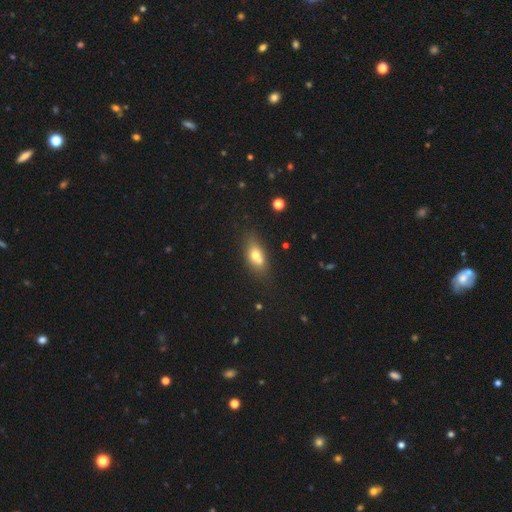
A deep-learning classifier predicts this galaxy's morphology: smooth-or-featured: smooth: 65% | featured or disk: 24% | star or artifact: 10%
  how-rounded: in between: 75% | round: 15% | cigar-shaped: 10%
  merging: none: 47% | merger: 33% | minor disturbance: 14% | major disturbance: 5%